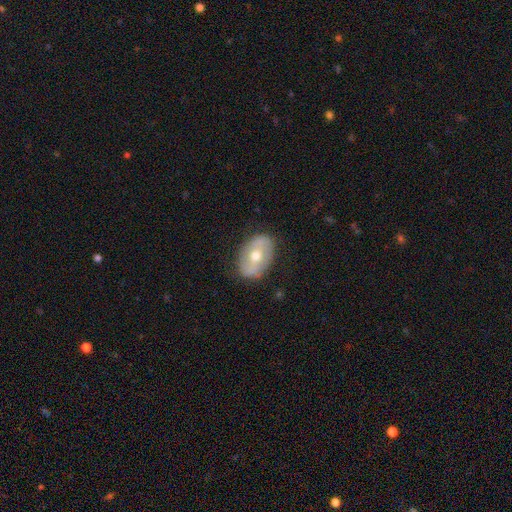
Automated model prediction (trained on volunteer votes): This appears to be a featured or disk galaxy (51%). Merging: none (82%).